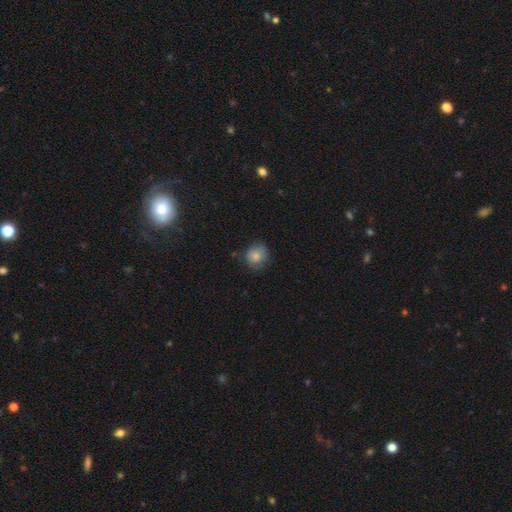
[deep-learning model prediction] Smooth or featured: smooth — 80% (featured or disk — 12%)
How rounded: round — 86% (in between — 13%)
Merging: none — 70% (minor disturbance — 23%)